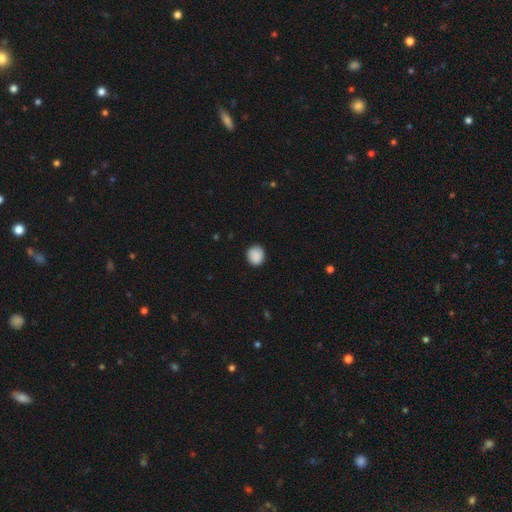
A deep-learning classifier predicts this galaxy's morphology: Q: Smooth or featured?
A: smooth (89%); runner-up: star or artifact (8%)
Q: How rounded?
A: round (81%); runner-up: in between (19%)
Q: Merging?
A: none (87%); runner-up: minor disturbance (10%)